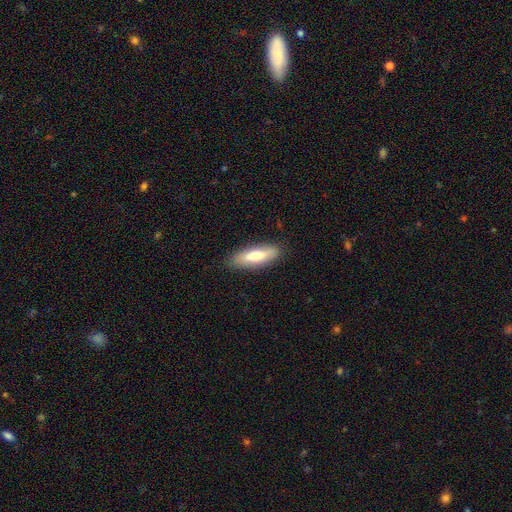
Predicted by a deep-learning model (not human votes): This is likely a smooth galaxy (69%). How rounded: possibly in between (58%). Merging: clearly none (85%).